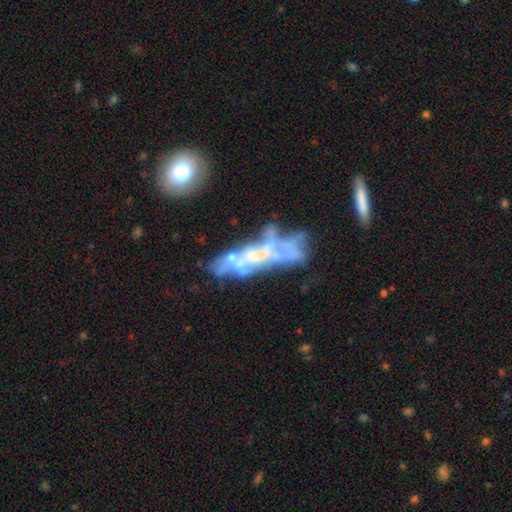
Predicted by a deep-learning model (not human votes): Overall: featured or disk (65%). Edge-on disk: no (74%). Merging: none (33%; major disturbance 26%).